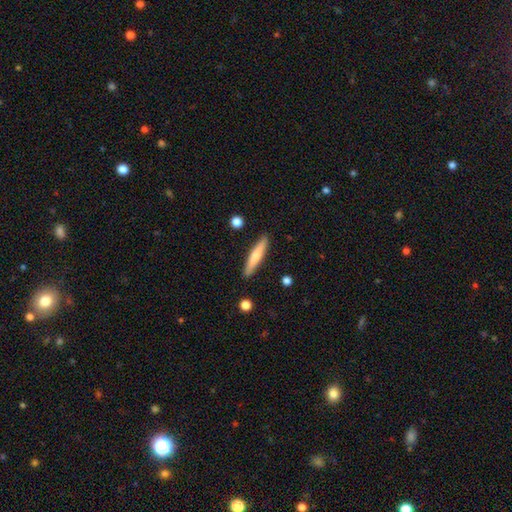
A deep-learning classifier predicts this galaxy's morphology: A smooth galaxy with no disk features (66%) that is cigar-shaped (90%).

Vote fractions:
- Smooth or featured? smooth: 66% / featured or disk: 29% / star or artifact: 5%
- How rounded? cigar-shaped: 90% / in between: 8% / round: 1%
- Merging? none: 89% / minor disturbance: 8% / merger: 2% / major disturbance: 2%